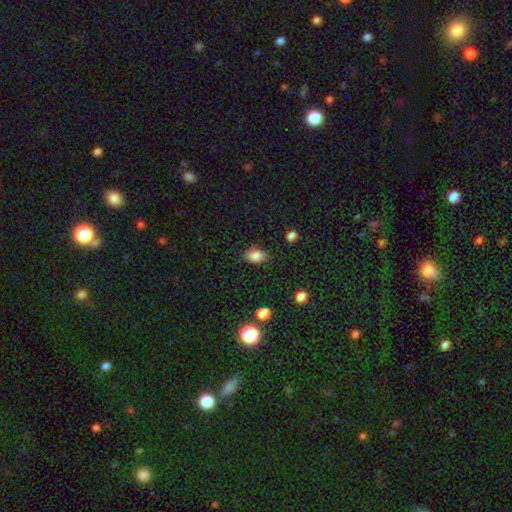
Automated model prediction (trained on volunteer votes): A smooth galaxy with no disk features (83%) that is in between round and cigar-shaped (87%).

Vote fractions:
- Smooth or featured? smooth: 83% / star or artifact: 11% / featured or disk: 6%
- How rounded? in between: 87% / round: 10% / cigar-shaped: 3%
- Merging? none: 80% / minor disturbance: 15% / major disturbance: 3% / merger: 2%